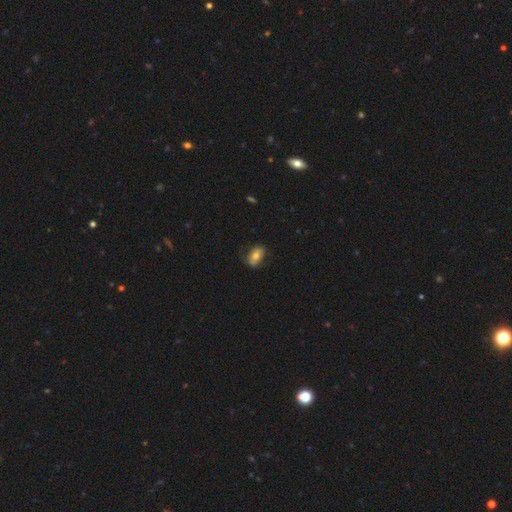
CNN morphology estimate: A smooth galaxy with no disk features (70%) that is in between round and cigar-shaped (88%). Merging: none (75%).